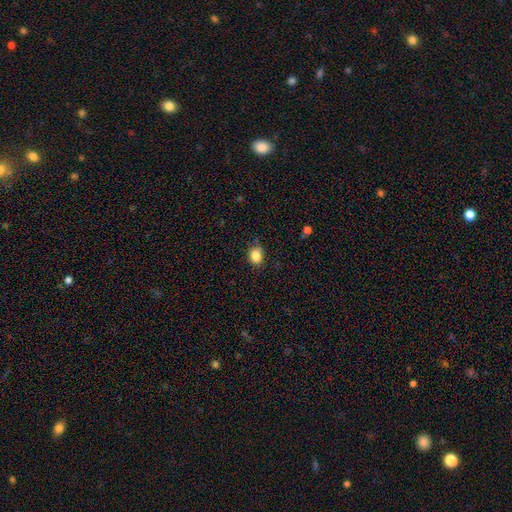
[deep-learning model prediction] Overall: smooth (86%). How rounded: in between (52%; round 47%). Merging: none (78%).